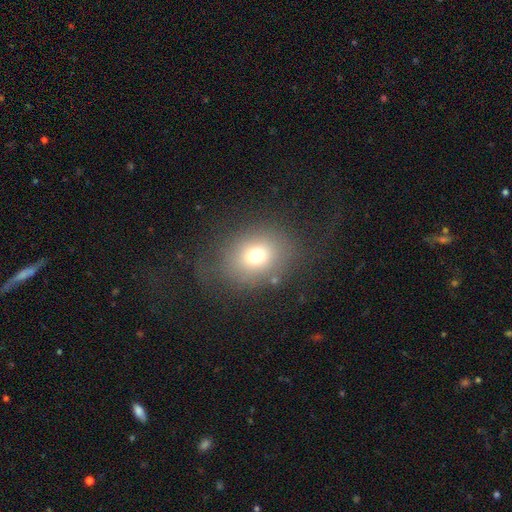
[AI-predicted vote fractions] Smooth or featured? smooth (70%)
How rounded? round (61%)
Merging? none (68%)